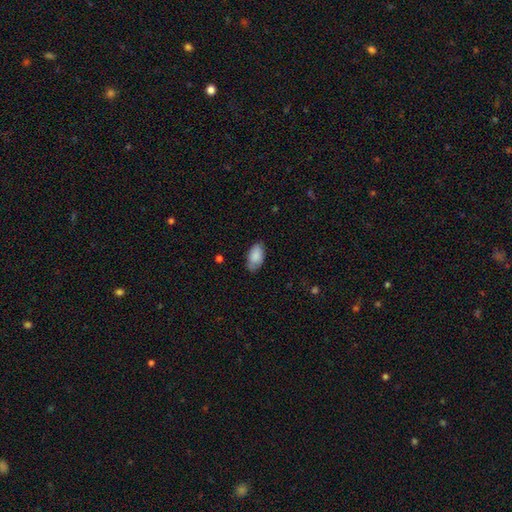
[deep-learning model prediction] Q: Smooth or featured?
A: smooth (86%); runner-up: featured or disk (8%)
Q: How rounded?
A: in between (94%); runner-up: round (3%)
Q: Merging?
A: none (74%); runner-up: minor disturbance (21%)